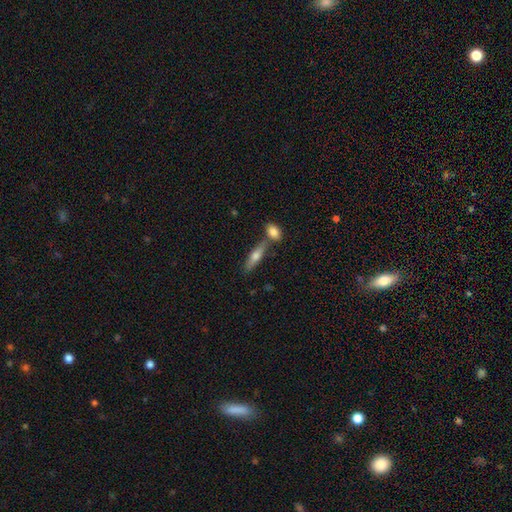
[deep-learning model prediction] Smooth or featured?
  - smooth: 62% *
  - featured or disk: 32%
  - star or artifact: 6%
How rounded?
  - cigar-shaped: 65% *
  - in between: 32%
  - round: 3%
Merging?
  - none: 63% *
  - merger: 24%
  - minor disturbance: 11%
  - major disturbance: 3%